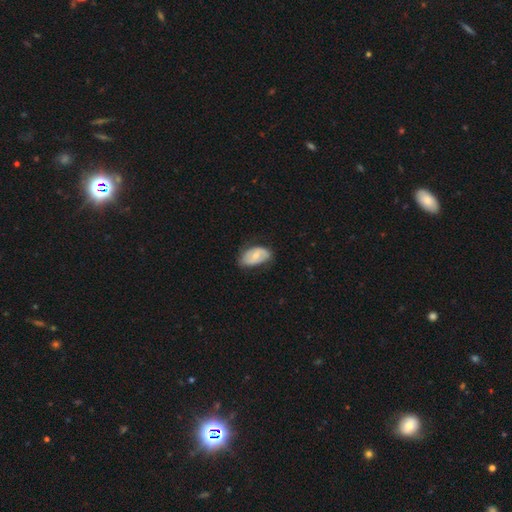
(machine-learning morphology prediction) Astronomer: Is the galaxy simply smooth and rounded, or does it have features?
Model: smooth — 50% (runner-up: featured or disk, 44%).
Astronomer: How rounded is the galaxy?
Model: in between — 92%.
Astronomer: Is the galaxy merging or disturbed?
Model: none — 61%.